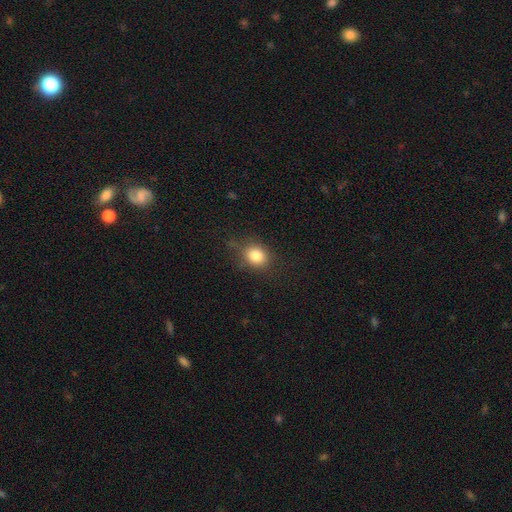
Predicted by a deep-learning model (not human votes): Smooth or featured?
  - smooth: 82% *
  - star or artifact: 11%
  - featured or disk: 7%
How rounded?
  - round: 64% *
  - in between: 35%
  - cigar-shaped: 1%
Merging?
  - none: 75% *
  - minor disturbance: 18%
  - major disturbance: 6%
  - merger: 2%